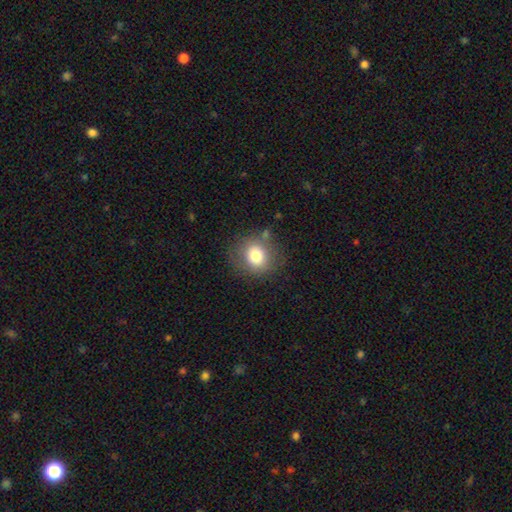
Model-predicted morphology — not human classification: Smooth or featured? smooth (78%)
How rounded? round (78%)
Merging? none (78%)